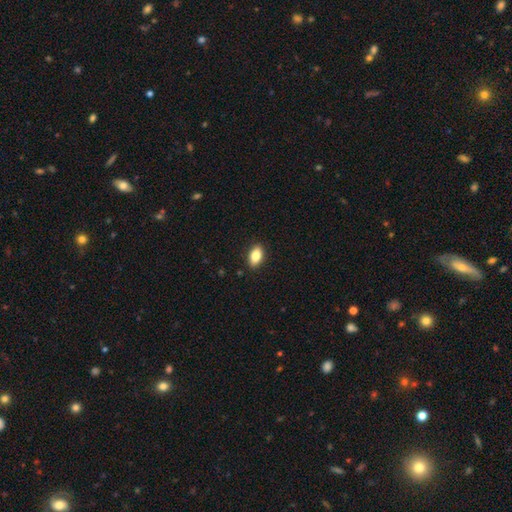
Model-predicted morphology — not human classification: smooth_or_featured: smooth (p=0.84) [alt: featured or disk p=0.09]
how_rounded: in between (p=0.90) [alt: round p=0.06]
merging: none (p=0.90) [alt: minor disturbance p=0.08]